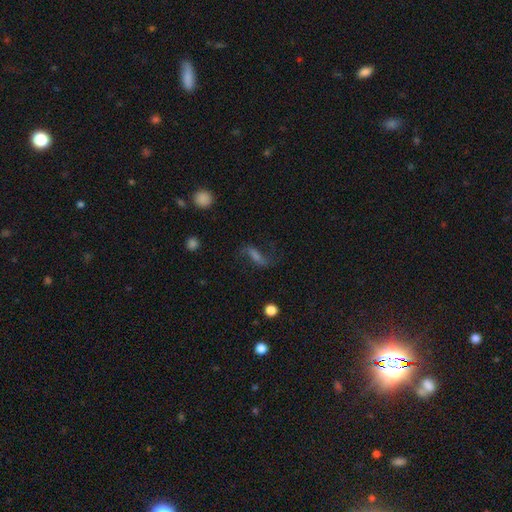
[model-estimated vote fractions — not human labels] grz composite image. It shows a featured or disk galaxy (59%) with a weak bar (39%), spiral arms (89%) and no central bulge (37%). Merging: none (69%).